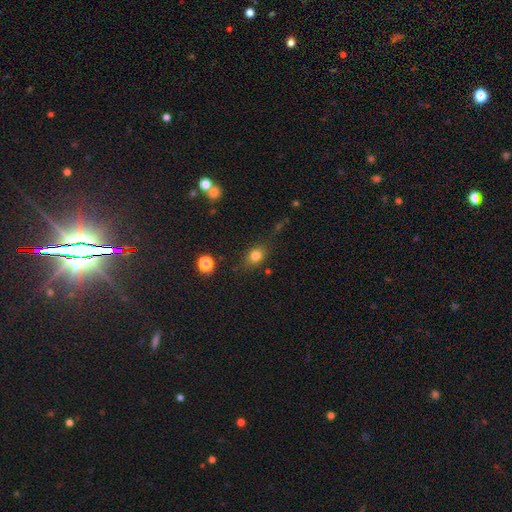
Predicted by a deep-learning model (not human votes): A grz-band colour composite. It shows a smooth galaxy with no disk features (80%) that is in between round and cigar-shaped (53%). Merging: none (74%).